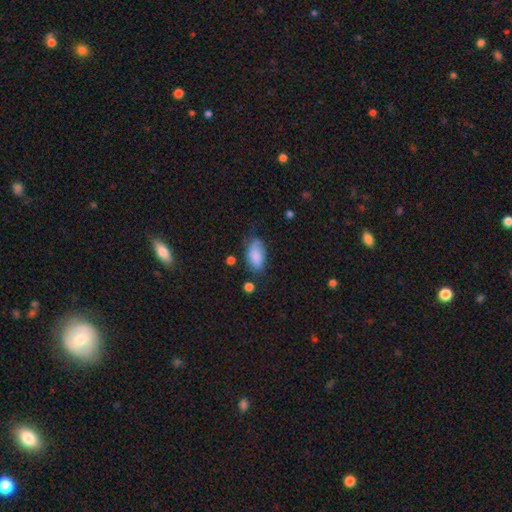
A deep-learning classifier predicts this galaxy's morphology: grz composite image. It shows a smooth galaxy with no disk features (83%) that is in between round and cigar-shaped (92%). Merging: none (54%).